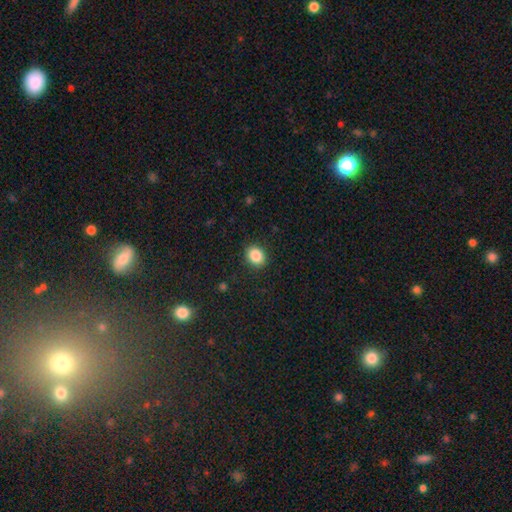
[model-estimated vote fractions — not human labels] smooth-or-featured: smooth: 86% | star or artifact: 9% | featured or disk: 5%
  how-rounded: in between: 50% | round: 49% | cigar-shaped: 1%
  merging: none: 89% | minor disturbance: 8% | major disturbance: 2% | merger: 1%